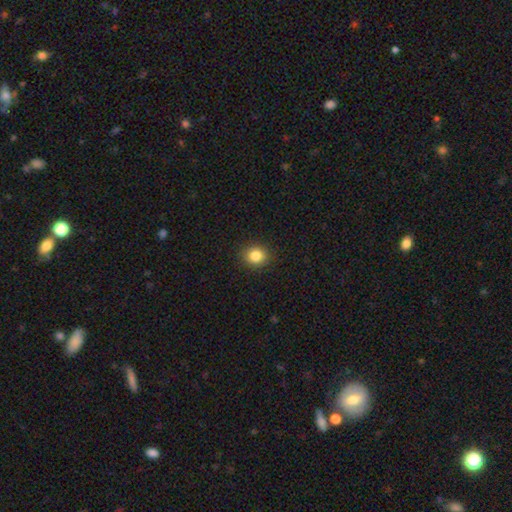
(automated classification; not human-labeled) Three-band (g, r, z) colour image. It shows a smooth galaxy with no disk features (84%) that is round (80%). Merging: none (91%).